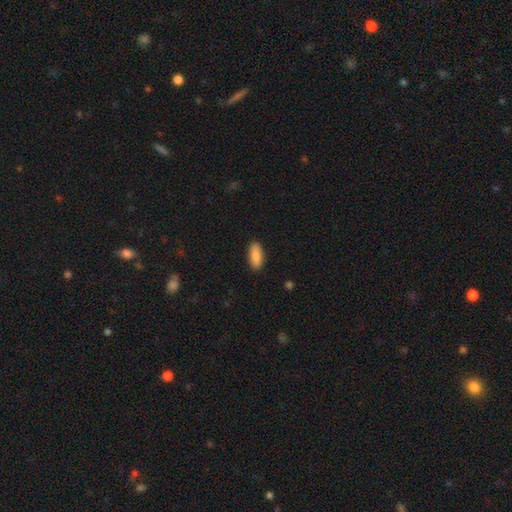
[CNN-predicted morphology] A smooth galaxy with no disk features (88%) that is in between round and cigar-shaped (80%). Merging: none (88%).